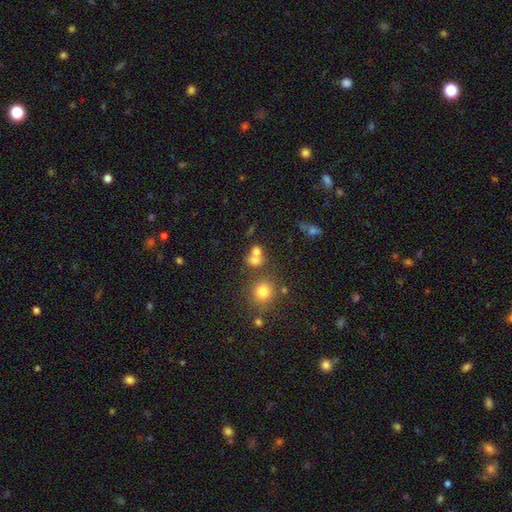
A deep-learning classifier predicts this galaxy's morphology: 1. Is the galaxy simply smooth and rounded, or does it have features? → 70% smooth, 17% star or artifact, 13% featured or disk.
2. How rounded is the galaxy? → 68% round, 31% in between, 1% cigar-shaped.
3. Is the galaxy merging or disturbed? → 47% merger, 39% none, 8% minor disturbance, 5% major disturbance.